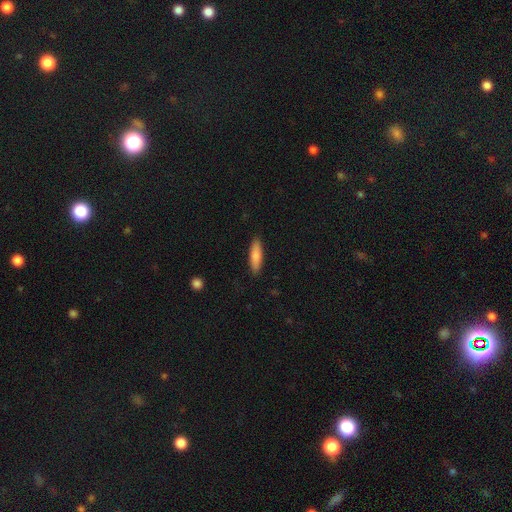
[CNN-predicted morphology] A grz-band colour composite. It shows a smooth galaxy with no disk features (82%) that is cigar-shaped (66%). Merging: none (89%).